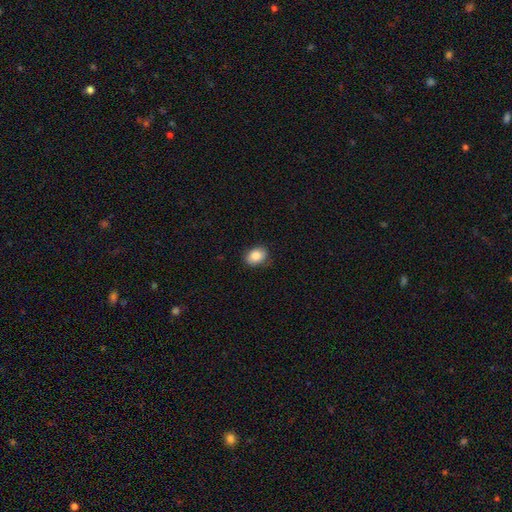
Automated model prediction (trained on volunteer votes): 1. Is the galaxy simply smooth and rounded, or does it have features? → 87% smooth, 8% star or artifact, 6% featured or disk.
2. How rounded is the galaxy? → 71% in between, 28% round, 1% cigar-shaped.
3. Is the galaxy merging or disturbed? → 83% none, 13% minor disturbance, 3% major disturbance, 1% merger.